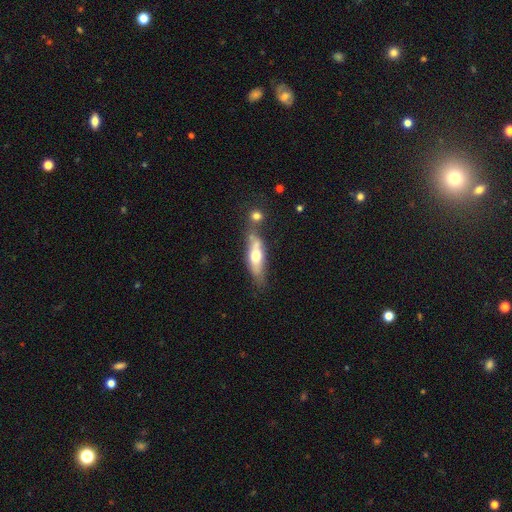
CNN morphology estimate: smooth 49%, featured or disk 45%, star or artifact 6%. Down the decision tree: merging — none (49%).